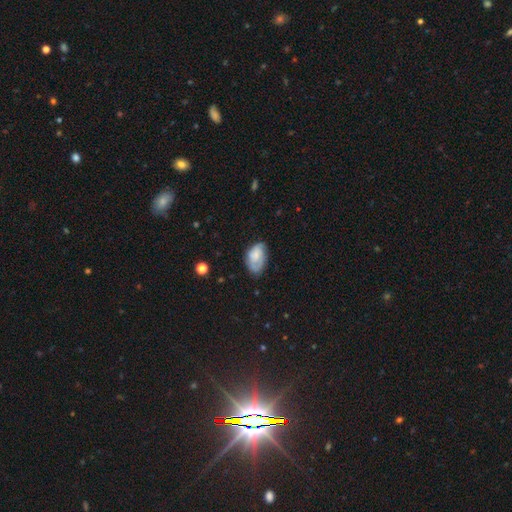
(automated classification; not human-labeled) Smooth or featured: smooth — 49% (featured or disk — 42%)
Merging: none — 59% (minor disturbance — 29%)